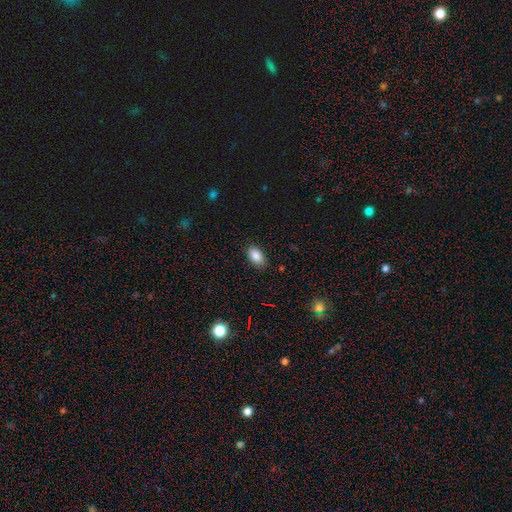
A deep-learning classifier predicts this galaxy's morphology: Q: Smooth or featured?
A: smooth (86%); runner-up: star or artifact (9%)
Q: How rounded?
A: in between (89%); runner-up: round (9%)
Q: Merging?
A: none (85%); runner-up: minor disturbance (12%)